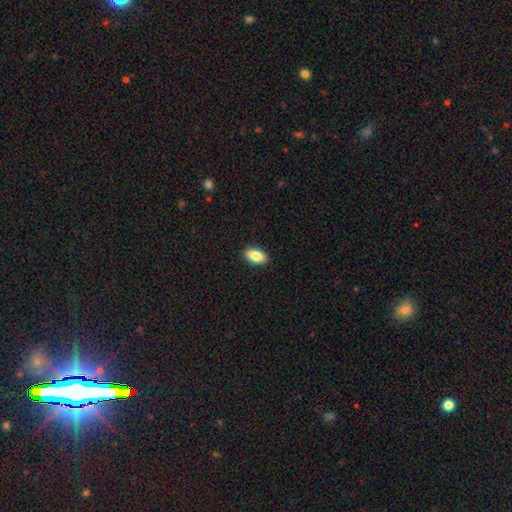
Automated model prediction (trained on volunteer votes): Overall: smooth (84%). How rounded: in between (91%). Merging: none (91%).